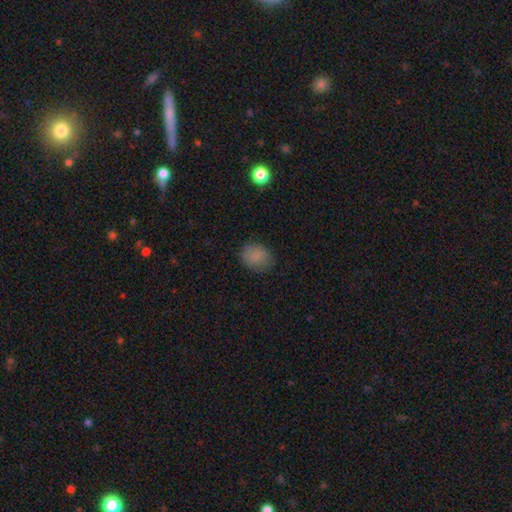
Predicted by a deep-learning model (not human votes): Smooth or featured: smooth — 83% (star or artifact — 10%)
How rounded: round — 55% (in between — 44%)
Merging: none — 78% (minor disturbance — 17%)